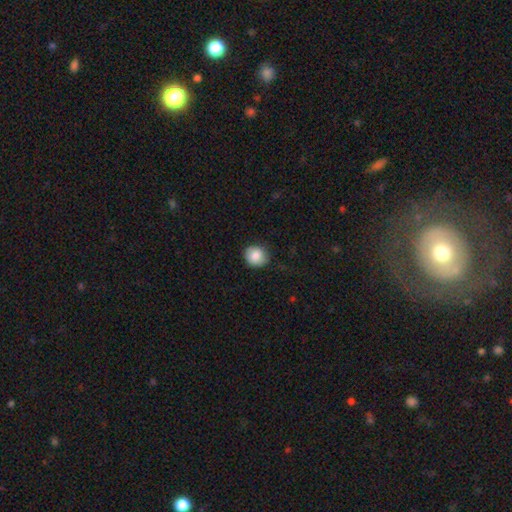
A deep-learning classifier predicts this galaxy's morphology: smooth_or_featured: smooth (p=0.84) [alt: star or artifact p=0.08]
how_rounded: round (p=0.82) [alt: in between p=0.17]
merging: none (p=0.81) [alt: minor disturbance p=0.15]